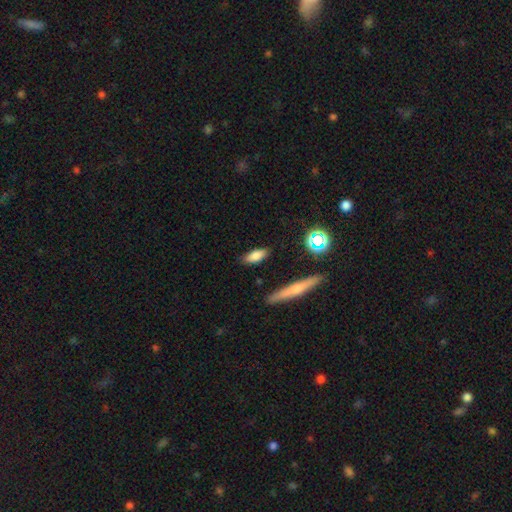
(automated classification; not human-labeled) This is likely a smooth galaxy (80%). How rounded: likely in between (73%). Merging: clearly none (84%).